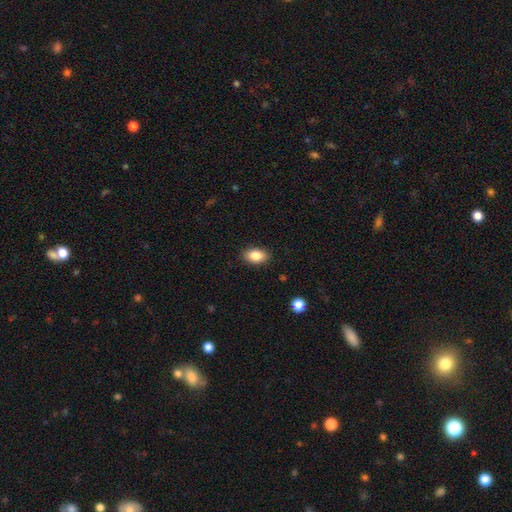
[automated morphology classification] Smooth or featured?
  - smooth: 85% *
  - star or artifact: 8%
  - featured or disk: 7%
How rounded?
  - in between: 89% *
  - round: 10%
  - cigar-shaped: 2%
Merging?
  - none: 88% *
  - minor disturbance: 9%
  - major disturbance: 2%
  - merger: 1%